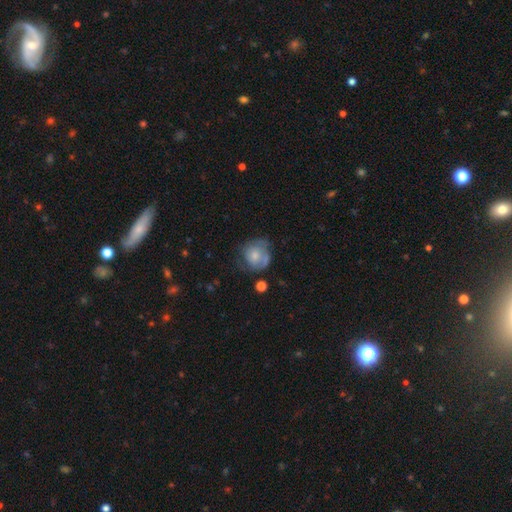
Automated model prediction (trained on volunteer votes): smooth-or-featured: smooth: 49% | featured or disk: 44% | star or artifact: 7%
  merging: none: 47% | minor disturbance: 28% | major disturbance: 20% | merger: 5%